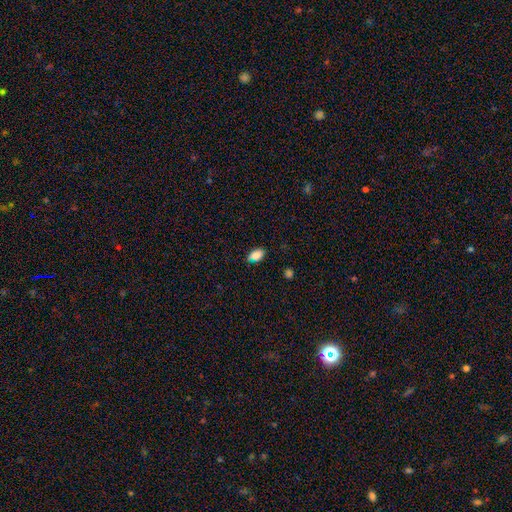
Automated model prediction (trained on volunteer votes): The model was most divided on "merging": none: 70%, minor disturbance: 23%, major disturbance: 4%, merger: 3%. More confident: how rounded — in between (90%); smooth or featured — smooth (85%).